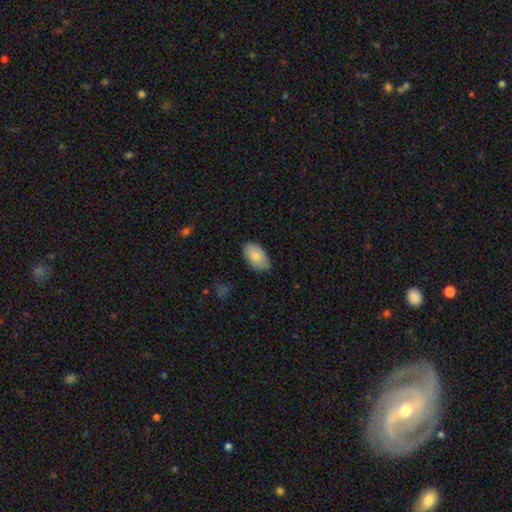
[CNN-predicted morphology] Smooth or featured?
  - smooth: 84% *
  - featured or disk: 10%
  - star or artifact: 6%
How rounded?
  - in between: 94% *
  - round: 5%
  - cigar-shaped: 1%
Merging?
  - none: 76% *
  - minor disturbance: 20%
  - major disturbance: 3%
  - merger: 1%